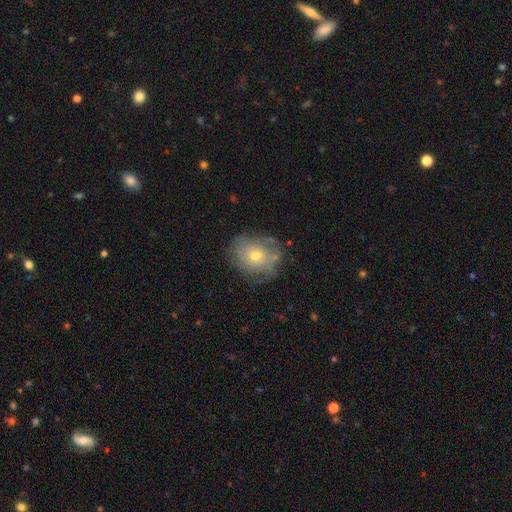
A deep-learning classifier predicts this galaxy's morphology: Smooth or featured? featured or disk (49%)
Merging? none (66%)